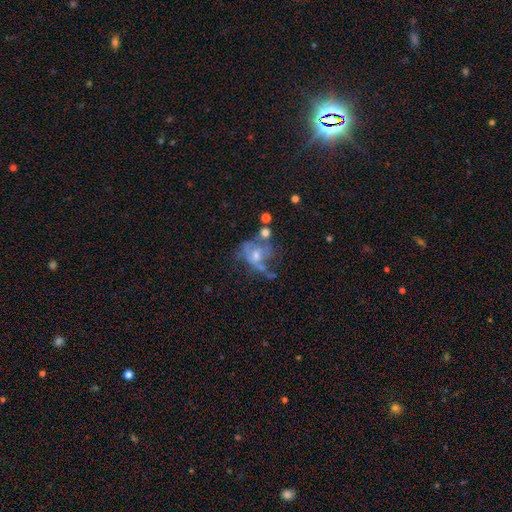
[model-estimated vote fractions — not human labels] A featured or disk galaxy (55%) with no bar (75%), no spiral arms (61%) and a moderate central bulge (49%).

Vote fractions:
- Smooth or featured? featured or disk: 55% / smooth: 31% / star or artifact: 13%
- Edge-on disk? no: 97% / yes: 3%
- Bar? no: 75% / weak: 20% / strong: 5%
- Spiral arms? no: 61% / yes: 39%
- Bulge size? moderate: 49% / small: 38% / none: 8% / large: 4% / dominant: 1%
- Merging? major disturbance: 35% / none: 26% / merger: 20% / minor disturbance: 18%